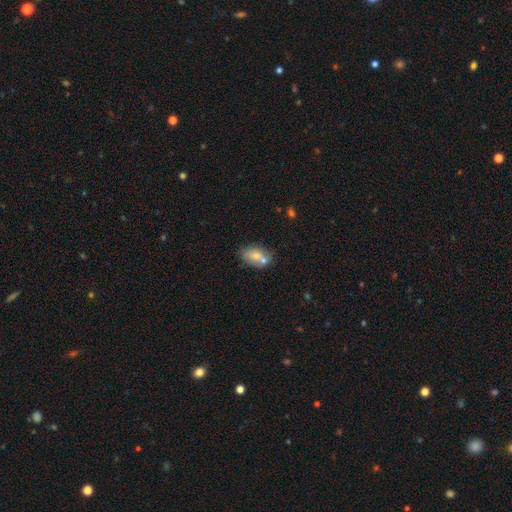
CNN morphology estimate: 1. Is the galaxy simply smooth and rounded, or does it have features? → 67% smooth, 24% featured or disk, 9% star or artifact.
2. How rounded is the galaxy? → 86% in between, 12% round, 2% cigar-shaped.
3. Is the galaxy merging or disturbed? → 48% none, 30% merger, 17% minor disturbance, 5% major disturbance.